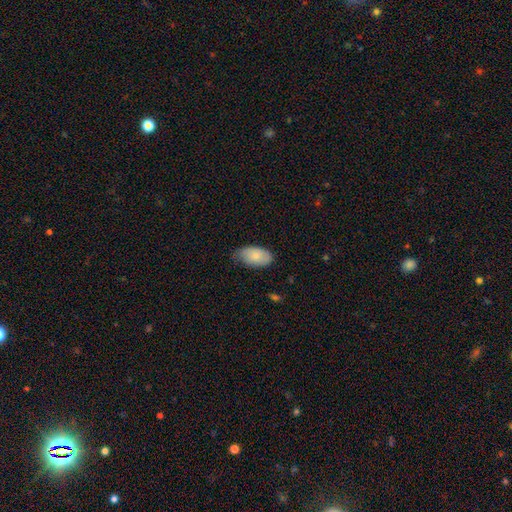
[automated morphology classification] Smooth or featured?
  - smooth: 82% *
  - featured or disk: 12%
  - star or artifact: 6%
How rounded?
  - in between: 94% *
  - round: 4%
  - cigar-shaped: 2%
Merging?
  - none: 59% *
  - minor disturbance: 35%
  - major disturbance: 5%
  - merger: 1%